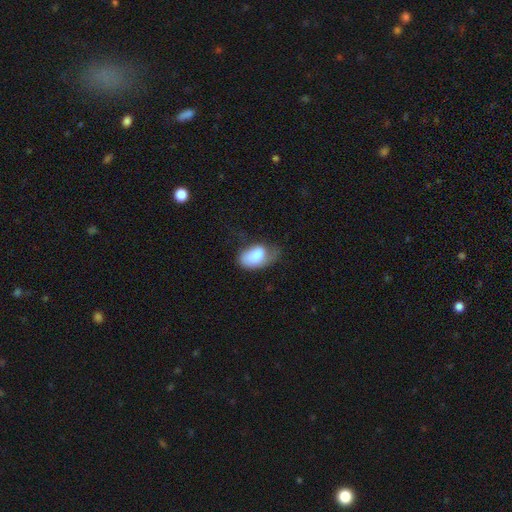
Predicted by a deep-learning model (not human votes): Q: Smooth or featured?
A: smooth (77%); runner-up: featured or disk (16%)
Q: How rounded?
A: in between (93%); runner-up: round (6%)
Q: Merging?
A: minor disturbance (40%); runner-up: major disturbance (30%)